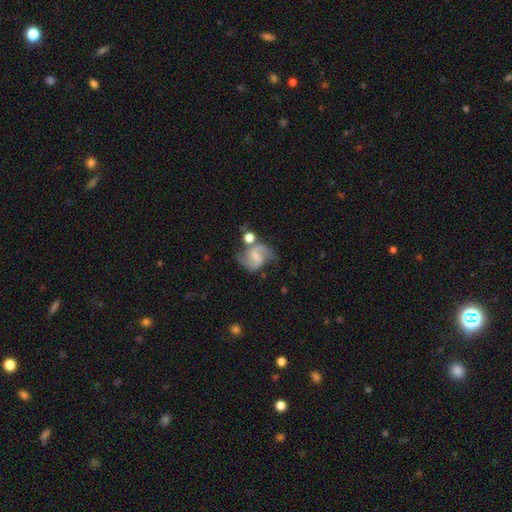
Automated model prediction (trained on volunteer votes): Overall: featured or disk (81%). Edge-on disk: no (98%). Bar: weak (53%; no 28%). Spiral arms: yes (96%). Spiral arm count: 2 (91%). Spiral winding: medium (50%; loose 38%). Bulge size: small (50%; moderate 27%). Merging: none (58%).